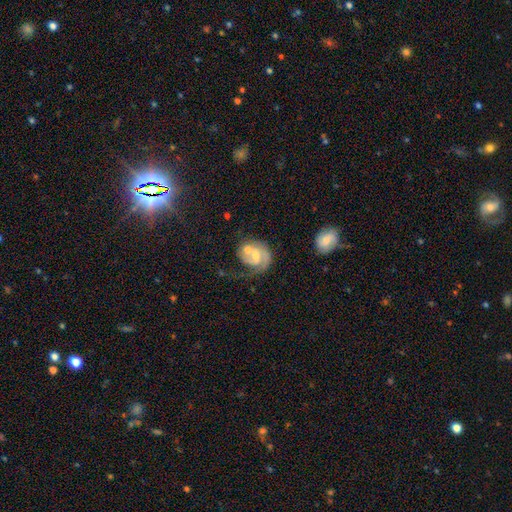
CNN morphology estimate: This is likely a featured or disk galaxy (70%). It is clearly not viewed edge-on (98%). Bar: possibly no (48%). Spiral arm pattern: clearly yes (84%). Spiral arm count: possibly 2 (45%). Spiral winding: marginally medium (42%). Central bulge: possibly moderate (54%). Merging: marginally none (34%).